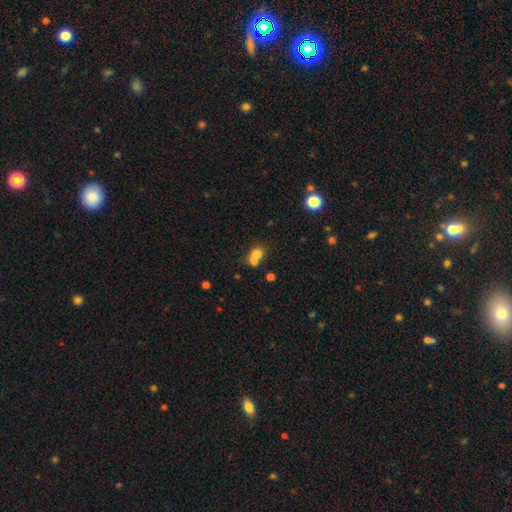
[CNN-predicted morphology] Overall: smooth (72%). How rounded: round (65%; in between 34%). Merging: merger (59%; none 30%).